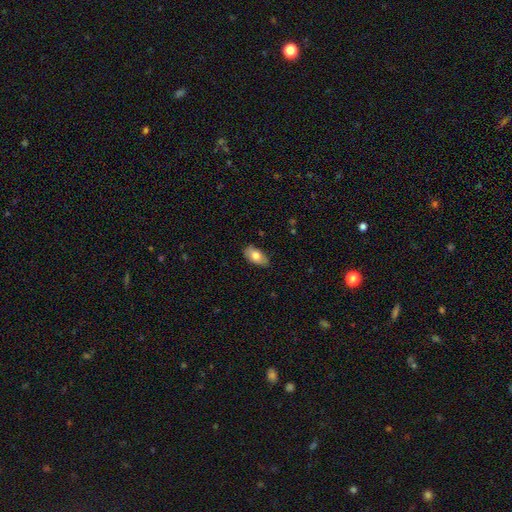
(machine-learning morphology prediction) The model was most divided on "smooth or featured": smooth: 76%, featured or disk: 18%, star or artifact: 6%. More confident: how rounded — in between (93%); merging — none (82%).